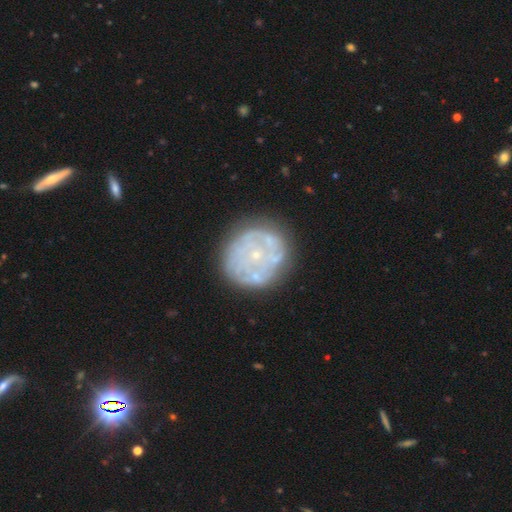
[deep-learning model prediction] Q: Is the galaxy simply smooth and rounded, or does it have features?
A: featured or disk — 64%.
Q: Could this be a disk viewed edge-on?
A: no — 97%.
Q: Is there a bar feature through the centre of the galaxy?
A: no — 90%.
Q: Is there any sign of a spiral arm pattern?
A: no — 68%.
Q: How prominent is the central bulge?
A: small — 79%.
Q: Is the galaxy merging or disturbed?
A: none — 69%.